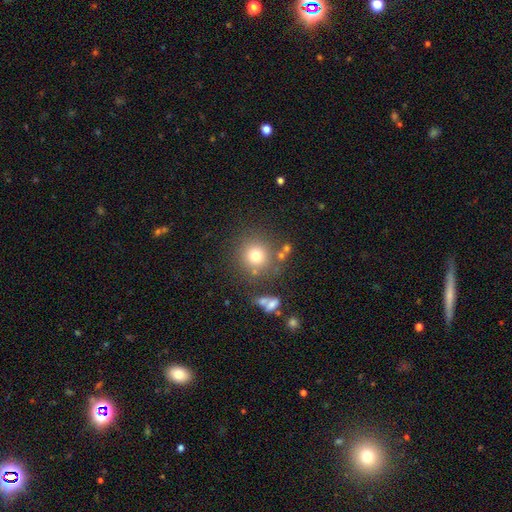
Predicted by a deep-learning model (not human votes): This is likely a smooth galaxy (75%). How rounded: clearly round (92%). Merging: likely none (78%).